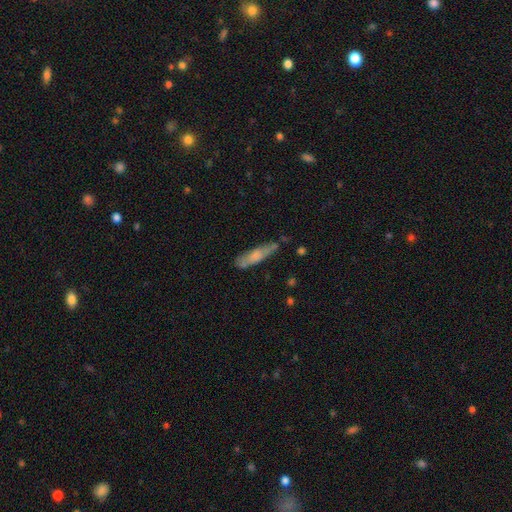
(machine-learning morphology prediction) A smooth galaxy with no disk features (59%) that is cigar-shaped (75%).

Vote fractions:
- Smooth or featured? smooth: 59% / featured or disk: 33% / star or artifact: 7%
- How rounded? cigar-shaped: 75% / in between: 23% / round: 2%
- Merging? none: 62% / minor disturbance: 25% / major disturbance: 8% / merger: 6%